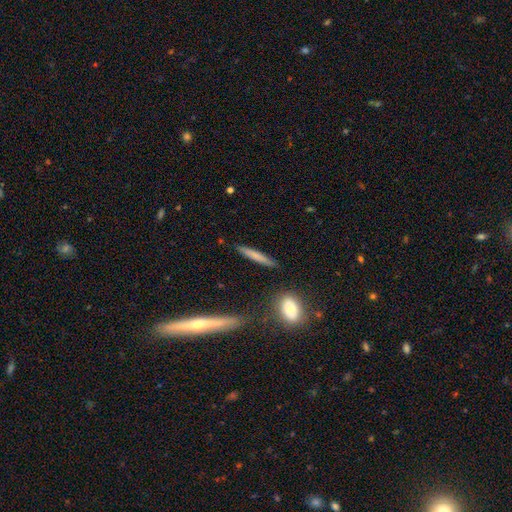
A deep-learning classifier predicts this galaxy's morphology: A smooth galaxy with no disk features (69%) that is cigar-shaped (93%).

Vote fractions:
- Smooth or featured? smooth: 69% / featured or disk: 25% / star or artifact: 6%
- How rounded? cigar-shaped: 93% / in between: 5% / round: 2%
- Merging? none: 87% / minor disturbance: 9% / merger: 2% / major disturbance: 2%